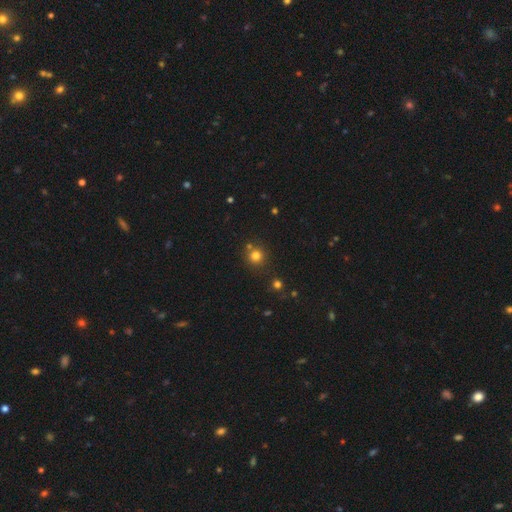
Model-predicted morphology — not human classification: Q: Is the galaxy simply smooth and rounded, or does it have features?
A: smooth — 77%.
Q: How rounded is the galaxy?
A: round — 92%.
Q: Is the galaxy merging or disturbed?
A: none — 78%.